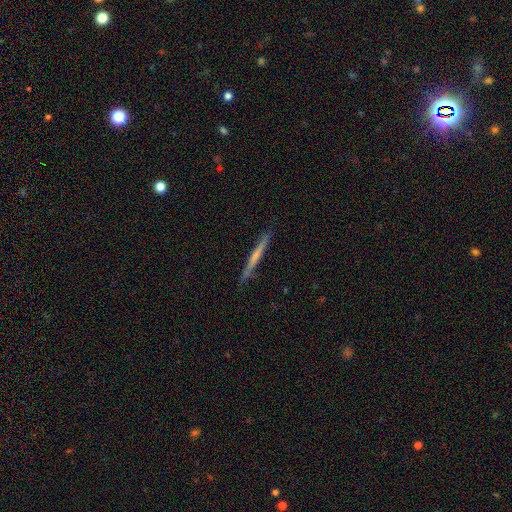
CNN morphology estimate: Smooth or featured?
  - featured or disk: 50% *
  - smooth: 44%
  - star or artifact: 6%
Edge-on disk?
  - yes: 97% *
  - no: 3%
Merging?
  - none: 85% *
  - minor disturbance: 11%
  - major disturbance: 2%
  - merger: 1%